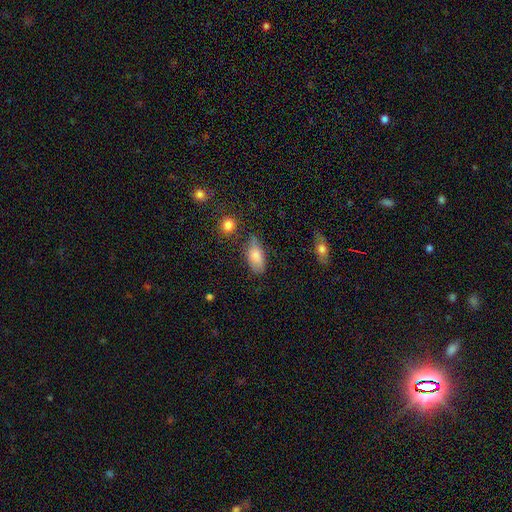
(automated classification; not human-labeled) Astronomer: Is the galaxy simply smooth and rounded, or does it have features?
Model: smooth — 80%.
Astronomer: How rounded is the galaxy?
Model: in between — 89%.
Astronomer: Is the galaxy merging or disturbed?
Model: none — 55% (runner-up: minor disturbance, 32%).